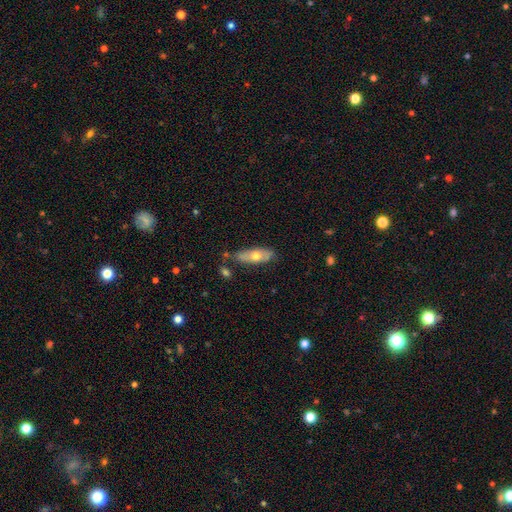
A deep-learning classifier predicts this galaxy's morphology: This appears to be a smooth galaxy with no disk features (55%) that is in between round and cigar-shaped (69%). Merging: none (70%).